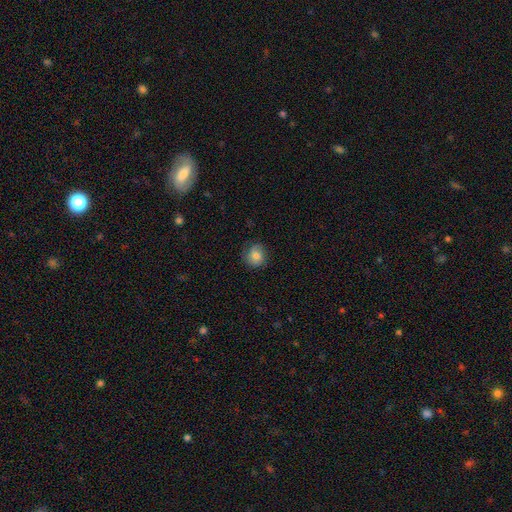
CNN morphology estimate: A smooth galaxy with no disk features (77%) that is round (79%).

Vote fractions:
- Smooth or featured? smooth: 77% / featured or disk: 14% / star or artifact: 9%
- How rounded? round: 79% / in between: 20% / cigar-shaped: 1%
- Merging? none: 74% / minor disturbance: 20% / major disturbance: 5% / merger: 1%